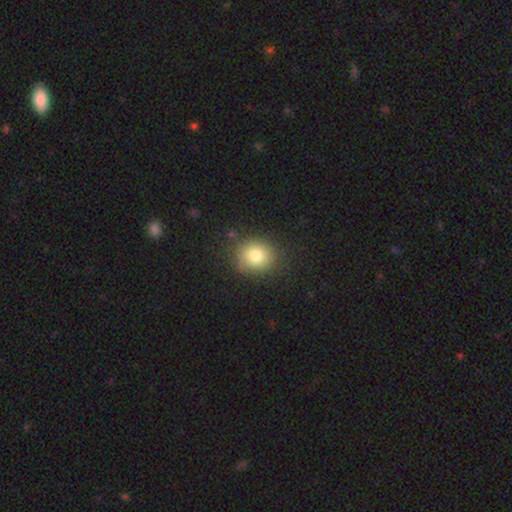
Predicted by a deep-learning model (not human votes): Morphology: type=smooth (80%); roundness=round (76%); merging=none (85%).